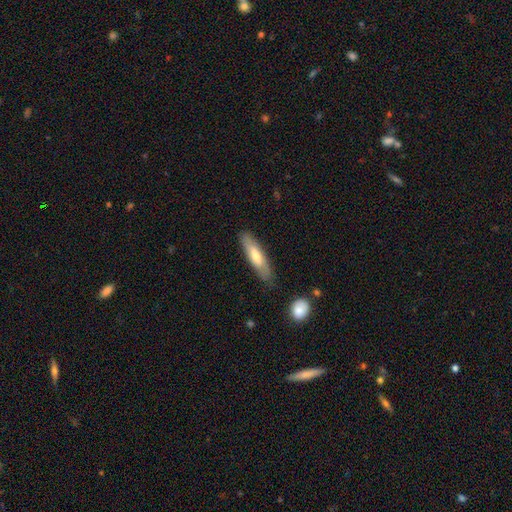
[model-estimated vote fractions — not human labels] This appears to be a smooth galaxy with no disk features (59%) that is cigar-shaped (72%). Merging: none (82%).